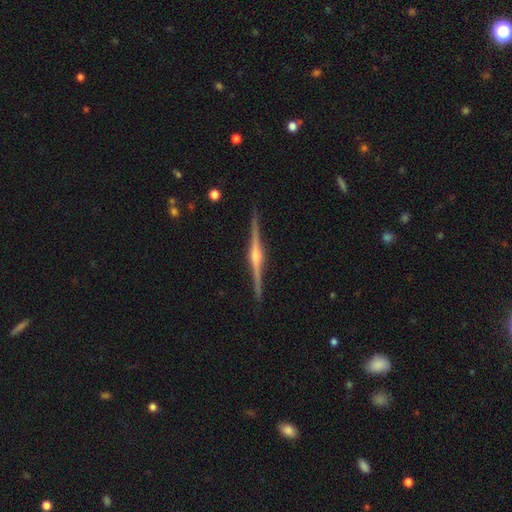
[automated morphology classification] This appears to be a featured or disk galaxy (89%) viewed edge-on (99%) with a rounded central bulge (87%). Merging: none (92%).